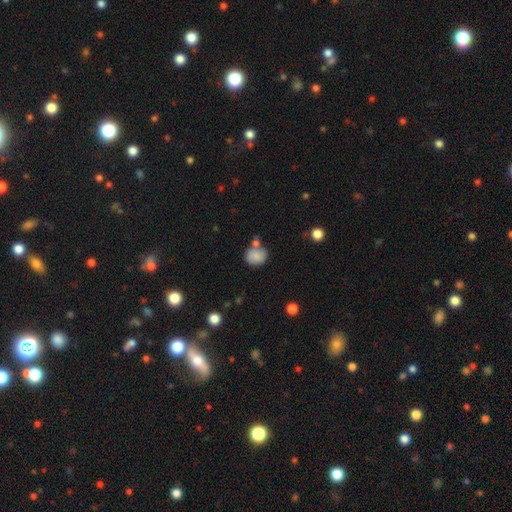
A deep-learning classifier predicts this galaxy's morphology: Smooth or featured: smooth — 81% (featured or disk — 10%)
How rounded: round — 74% (in between — 25%)
Merging: none — 57% (merger — 21%)